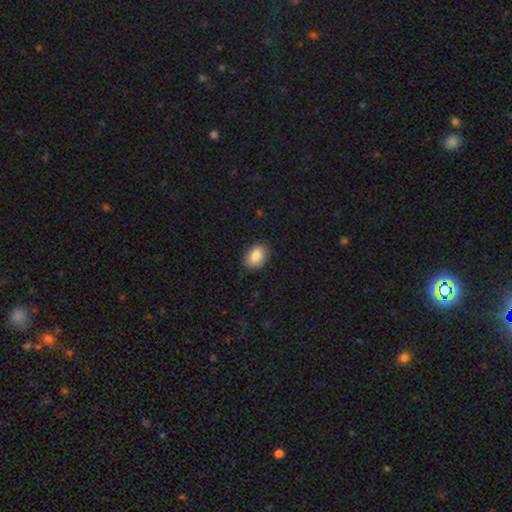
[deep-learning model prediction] A smooth galaxy with no disk features (86%) that is in between round and cigar-shaped (80%).

Vote fractions:
- Smooth or featured? smooth: 86% / star or artifact: 8% / featured or disk: 6%
- How rounded? in between: 80% / round: 18% / cigar-shaped: 1%
- Merging? none: 85% / minor disturbance: 12% / major disturbance: 2% / merger: 1%